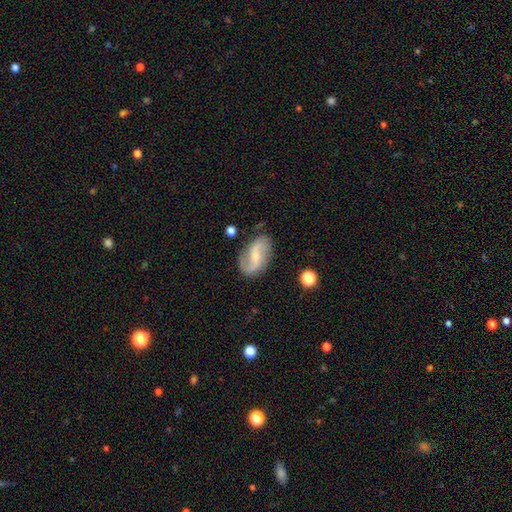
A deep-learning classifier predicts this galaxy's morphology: type=featured or disk (81%); edge-on=no (97%); bar=weak (43%); spiral arms=yes (94%); winding=loose (60%); arm count=2 (89%); bulge=small (63%); merging=none (77%).